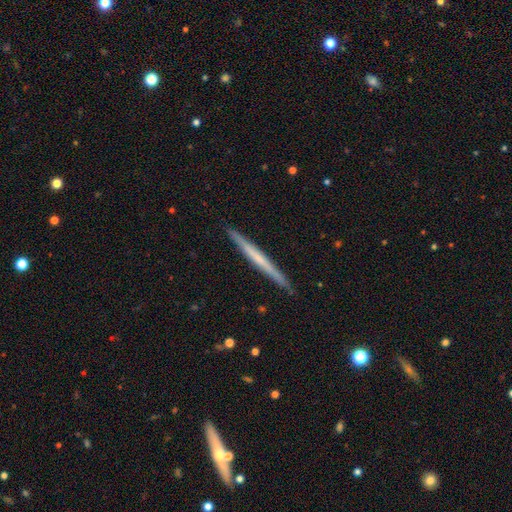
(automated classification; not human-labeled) Morphology: type=featured or disk (58%); edge-on=yes (98%); edge-on bulge=none (77%); merging=none (92%).